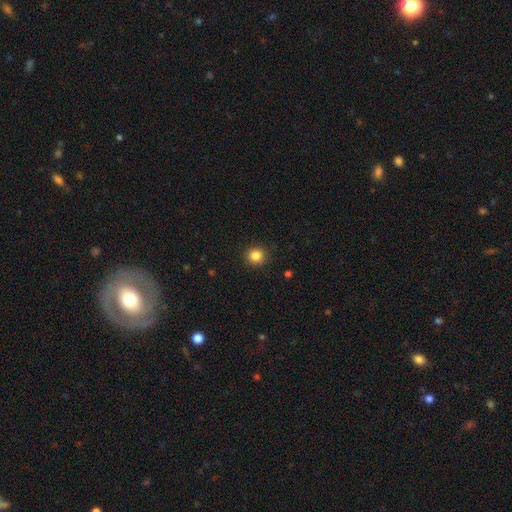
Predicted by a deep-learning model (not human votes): This is clearly a smooth galaxy (85%). How rounded: clearly round (90%). Merging: clearly none (91%).